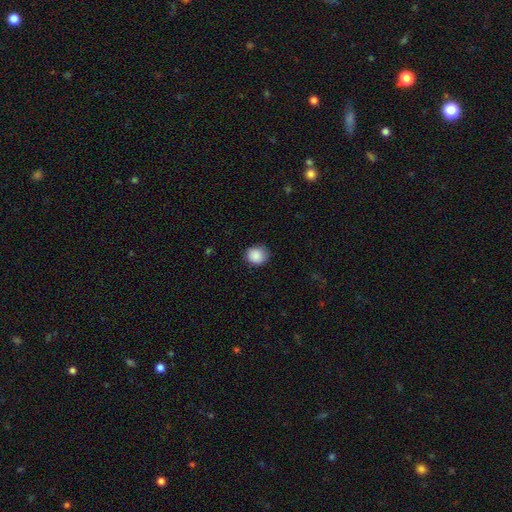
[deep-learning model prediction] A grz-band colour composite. It shows a smooth galaxy with no disk features (88%) that is round (80%). Merging: none (82%).